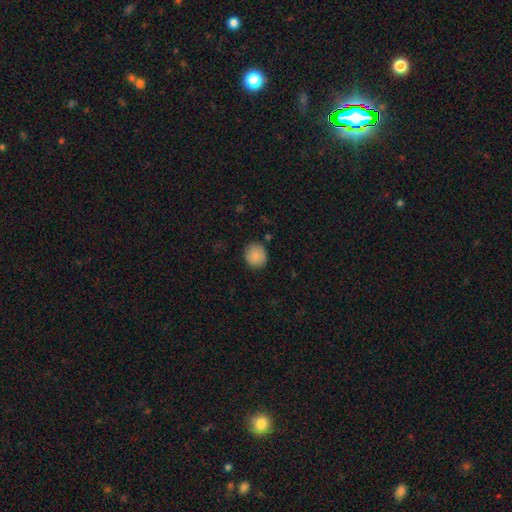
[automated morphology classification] The model was most divided on "how rounded": round: 84%, in between: 15%, cigar-shaped: 1%. More confident: smooth or featured — smooth (87%); merging — none (84%).